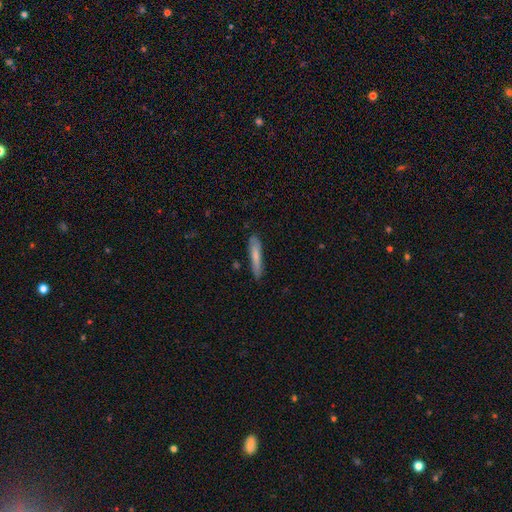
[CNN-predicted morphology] A smooth galaxy with no disk features (72%) that is cigar-shaped (89%). Merging: none (80%).